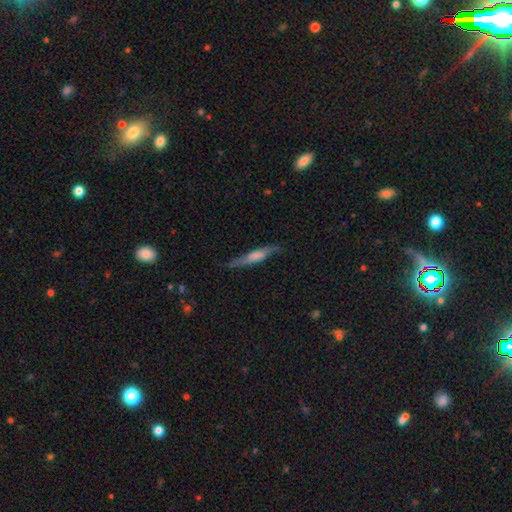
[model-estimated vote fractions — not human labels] Morphology: type=featured or disk (57%); edge-on=yes (78%); merging=none (71%).